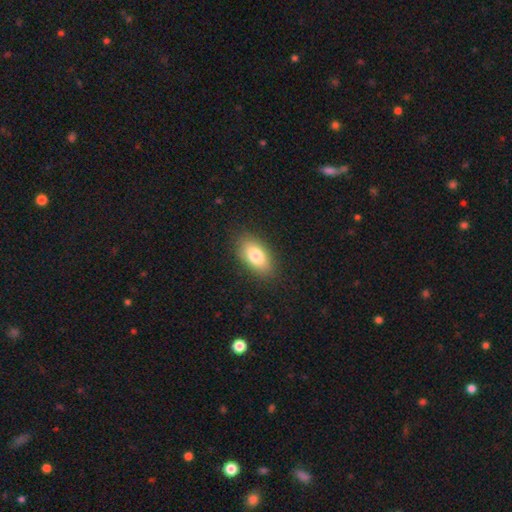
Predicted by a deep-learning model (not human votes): A smooth galaxy with no disk features (80%) that is in between round and cigar-shaped (90%).

Vote fractions:
- Smooth or featured? smooth: 80% / featured or disk: 12% / star or artifact: 8%
- How rounded? in between: 90% / round: 5% / cigar-shaped: 4%
- Merging? none: 86% / minor disturbance: 10% / major disturbance: 3% / merger: 1%